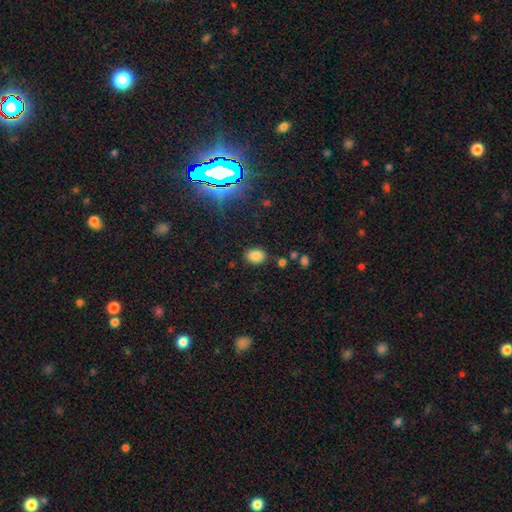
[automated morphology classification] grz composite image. It shows a smooth galaxy with no disk features (82%) that is in between round and cigar-shaped (71%). Merging: none (83%).